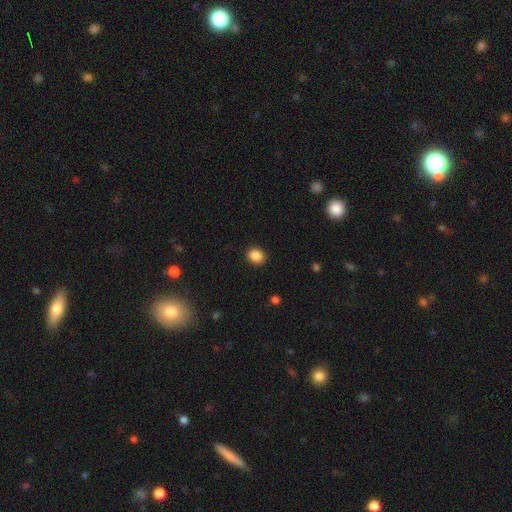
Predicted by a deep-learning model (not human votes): Smooth or featured? Predicted: smooth (p=0.87). How rounded? Predicted: round (p=0.72). Merging? Predicted: none (p=0.91).